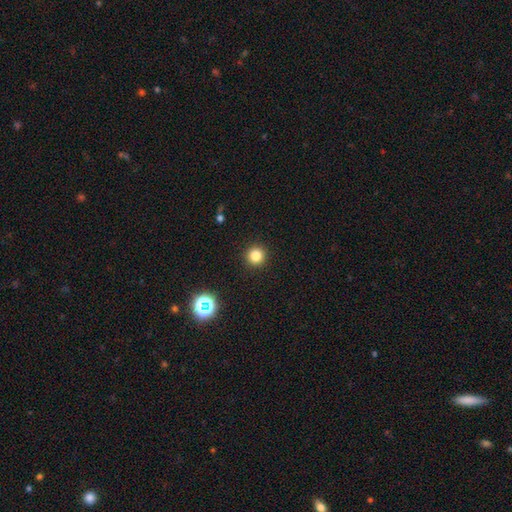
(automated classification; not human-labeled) The model was most divided on "smooth or featured": smooth: 82%, star or artifact: 14%, featured or disk: 5%. More confident: how rounded — round (95%); merging — none (93%).